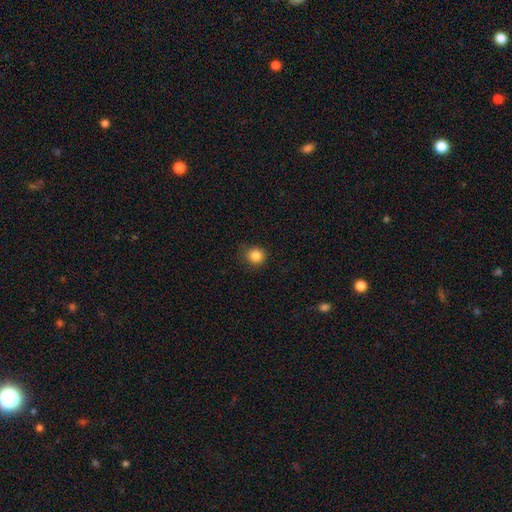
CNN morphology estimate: The model was most divided on "merging": none: 84%, minor disturbance: 12%, major disturbance: 3%, merger: 1%. More confident: how rounded — round (88%); smooth or featured — smooth (85%).